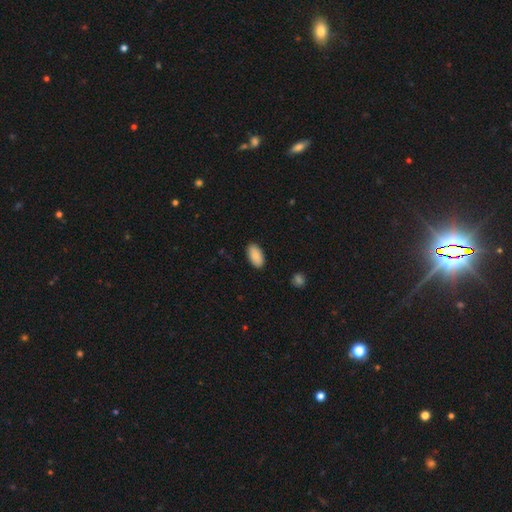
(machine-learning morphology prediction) The model was most divided on "merging": none: 89%, minor disturbance: 8%, major disturbance: 2%, merger: 1%. More confident: how rounded — in between (95%); smooth or featured — smooth (88%).